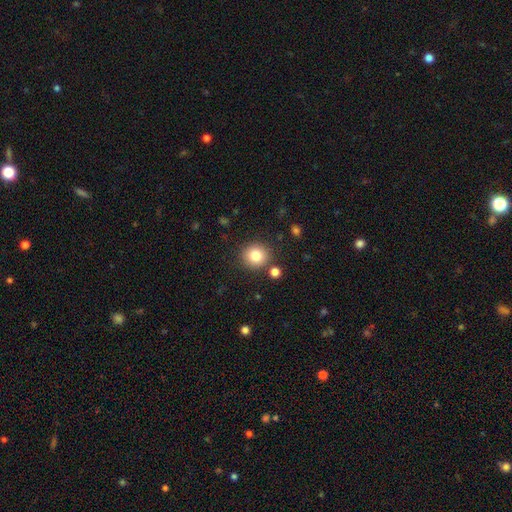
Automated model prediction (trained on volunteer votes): This is clearly a smooth galaxy (82%). How rounded: clearly round (90%). Merging: clearly none (85%).